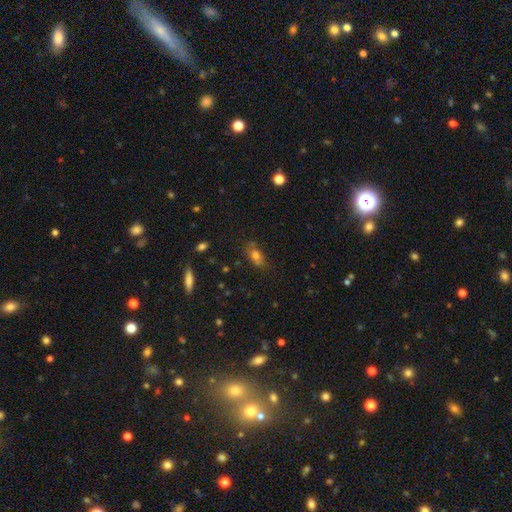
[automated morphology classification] Q: Smooth or featured?
A: smooth (70%); runner-up: star or artifact (16%)
Q: How rounded?
A: in between (77%); runner-up: round (15%)
Q: Merging?
A: none (63%); runner-up: minor disturbance (20%)